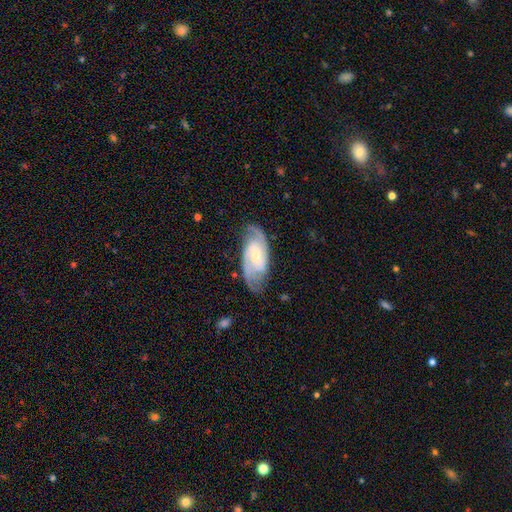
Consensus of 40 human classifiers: Volunteers were most divided on "bar": no: 46%, weak: 43%, strong: 11%. Remaining: spiral arms — yes (100%); smooth or featured — featured or disk (98%); edge-on disk — no (95%); spiral arm count — 2 (84%); merging — none (82%); bulge size — small (62%); spiral winding — medium (46%).